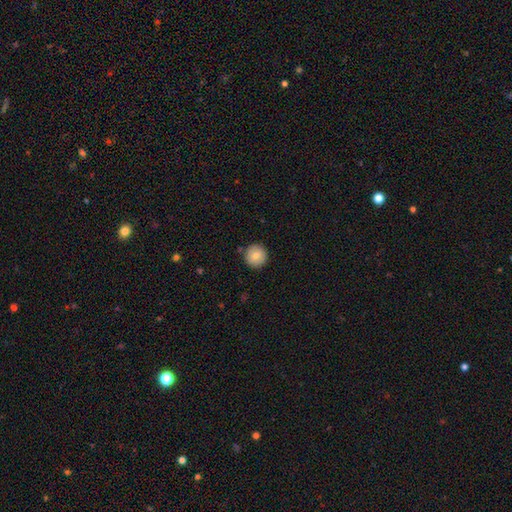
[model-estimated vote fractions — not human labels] smooth 81%, featured or disk 10%, star or artifact 8%. Down the decision tree: how rounded — round (96%); merging — none (90%).